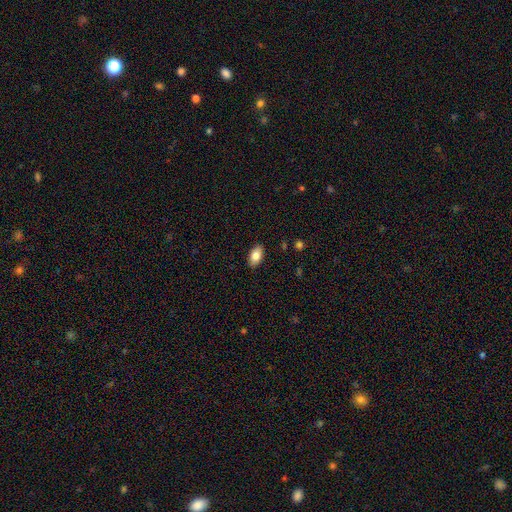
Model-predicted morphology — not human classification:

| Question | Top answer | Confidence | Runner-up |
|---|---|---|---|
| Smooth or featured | smooth | 82% | featured or disk (11%) |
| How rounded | in between | 93% | round (4%) |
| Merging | none | 89% | minor disturbance (9%) |